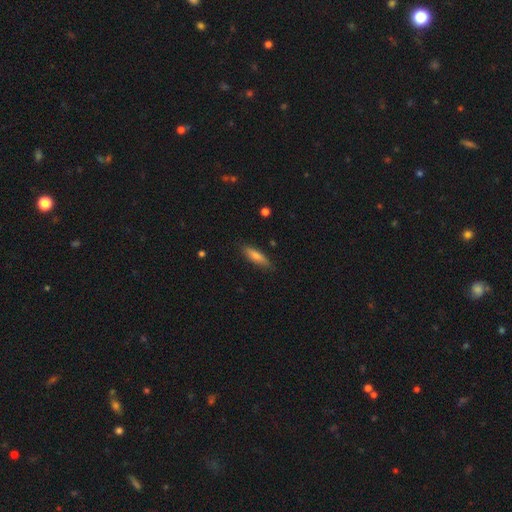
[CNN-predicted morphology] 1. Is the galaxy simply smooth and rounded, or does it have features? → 64% smooth, 26% featured or disk, 10% star or artifact.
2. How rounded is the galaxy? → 69% cigar-shaped, 29% in between, 2% round.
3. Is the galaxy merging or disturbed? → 86% none, 11% minor disturbance, 2% major disturbance, 1% merger.